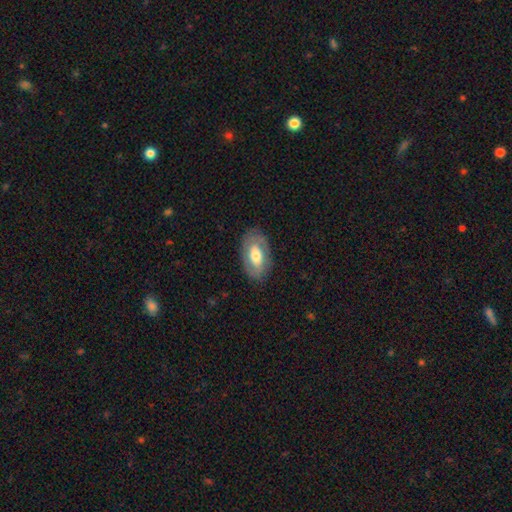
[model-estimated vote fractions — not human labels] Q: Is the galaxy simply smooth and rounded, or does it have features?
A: smooth — 49%.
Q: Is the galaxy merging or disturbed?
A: none — 80%.